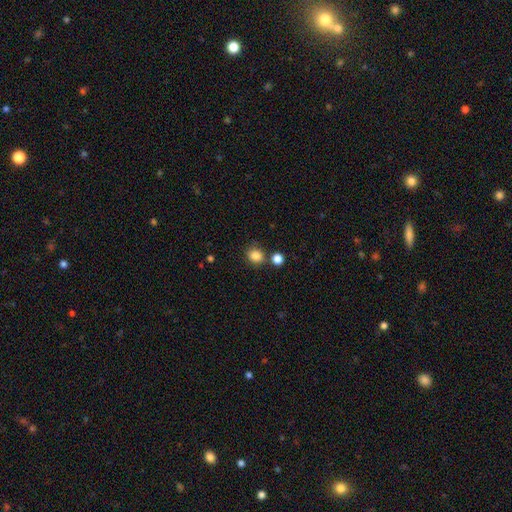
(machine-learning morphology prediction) This appears to be a smooth galaxy with no disk features (84%) that is round (82%). Merging: none (73%).